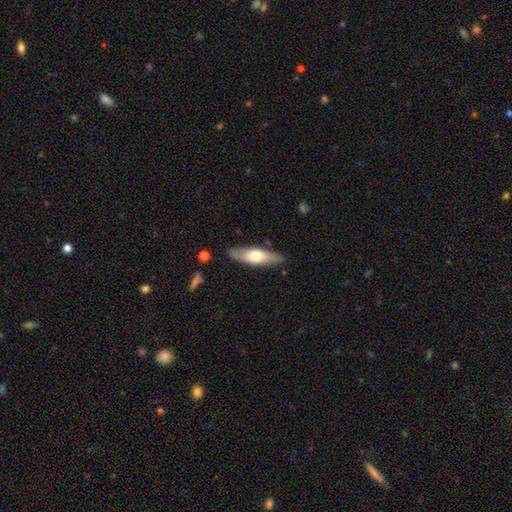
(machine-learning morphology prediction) Q: Smooth or featured?
A: smooth (56%); runner-up: featured or disk (39%)
Q: How rounded?
A: cigar-shaped (55%); runner-up: in between (43%)
Q: Merging?
A: none (85%); runner-up: minor disturbance (11%)